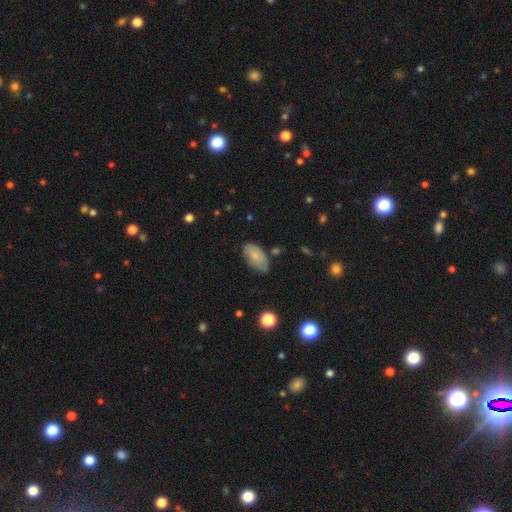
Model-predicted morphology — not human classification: A smooth galaxy with no disk features (76%) that is in between round and cigar-shaped (94%).

Vote fractions:
- Smooth or featured? smooth: 76% / featured or disk: 17% / star or artifact: 7%
- How rounded? in between: 94% / round: 3% / cigar-shaped: 3%
- Merging? none: 66% / minor disturbance: 26% / major disturbance: 5% / merger: 3%